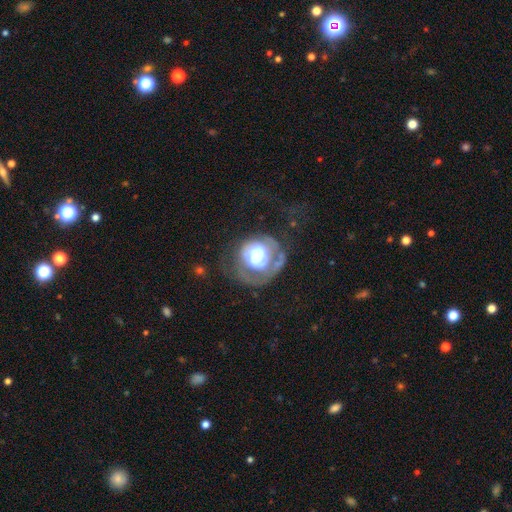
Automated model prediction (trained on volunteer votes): Morphology: type=featured or disk (57%); edge-on=no (97%); bar=no (78%); spiral arms=yes (59%); bulge=large (54%); merging=major disturbance (37%).